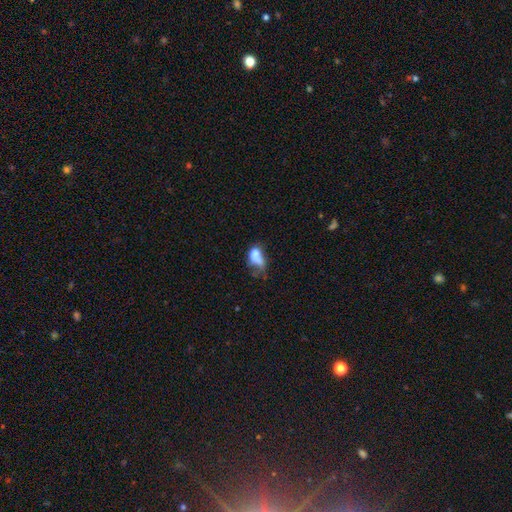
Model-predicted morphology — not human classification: This appears to be a smooth galaxy with no disk features (64%) that is in between round and cigar-shaped (80%). Merging: major disturbance (38%).